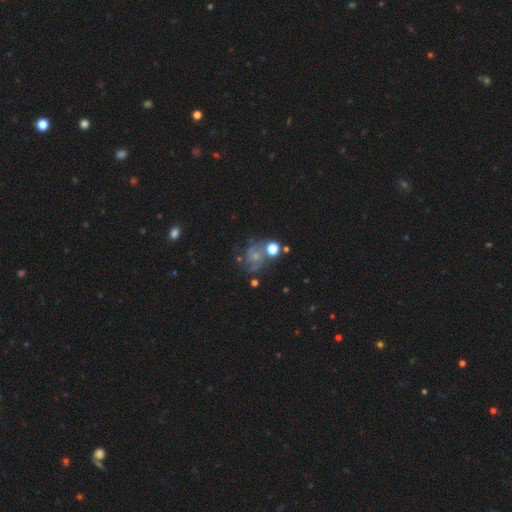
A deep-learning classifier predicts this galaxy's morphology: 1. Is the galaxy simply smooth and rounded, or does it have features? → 59% featured or disk, 24% smooth, 18% star or artifact.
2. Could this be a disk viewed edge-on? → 97% no, 3% yes.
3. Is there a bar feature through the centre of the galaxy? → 72% no, 24% weak, 5% strong.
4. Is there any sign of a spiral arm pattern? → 83% yes, 17% no.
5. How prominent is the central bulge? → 53% small, 29% moderate, 12% none, 4% large, 2% dominant.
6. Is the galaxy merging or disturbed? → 54% none, 19% minor disturbance, 15% major disturbance, 11% merger.